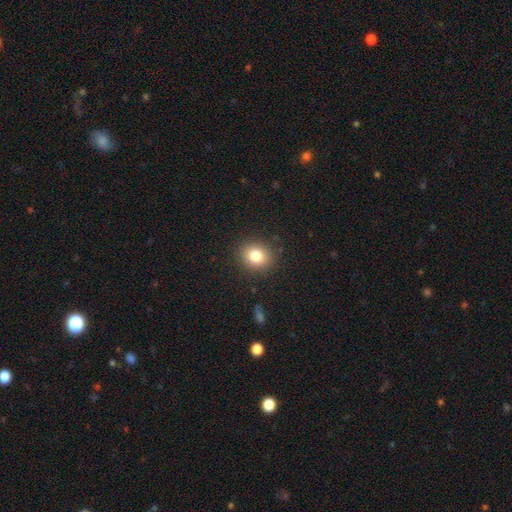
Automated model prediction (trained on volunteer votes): The model was most divided on "how rounded": round: 75%, in between: 24%, cigar-shaped: 1%. More confident: merging — none (88%); smooth or featured — smooth (81%).